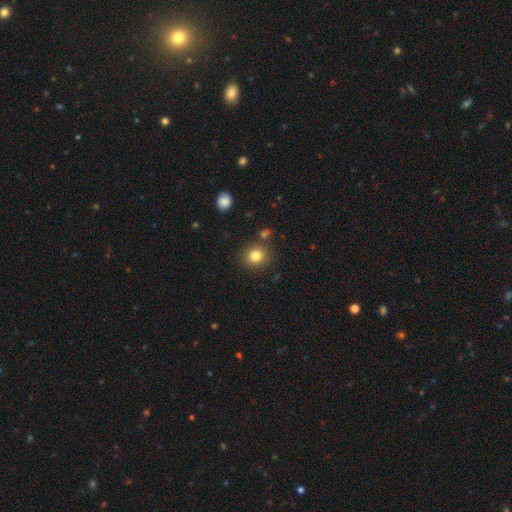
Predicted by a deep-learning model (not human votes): smooth-or-featured: smooth: 82% | star or artifact: 11% | featured or disk: 7%
  how-rounded: round: 85% | in between: 14% | cigar-shaped: 1%
  merging: none: 84% | minor disturbance: 9% | merger: 5% | major disturbance: 3%